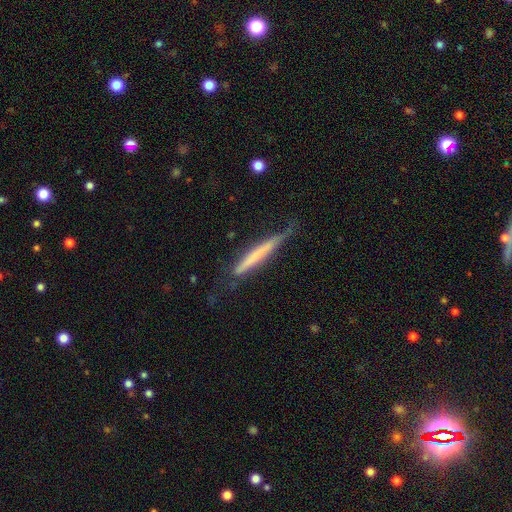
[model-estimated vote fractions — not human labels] The model was most divided on "smooth or featured": smooth: 53%, featured or disk: 41%, star or artifact: 6%. More confident: how rounded — cigar-shaped (96%); merging — none (58%).